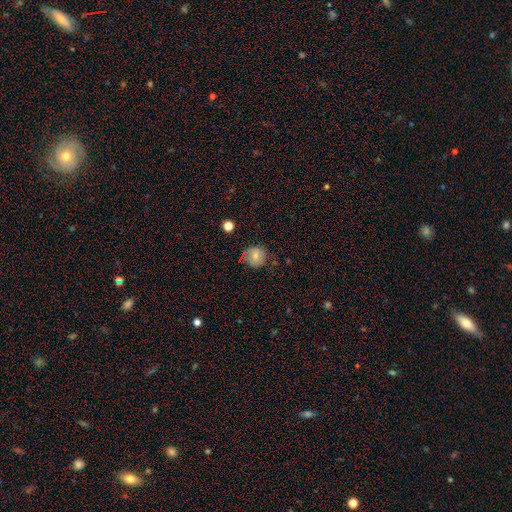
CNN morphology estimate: Smooth or featured? Predicted: smooth (p=0.70). How rounded? Predicted: round (p=0.90). Merging? Predicted: none (p=0.71).